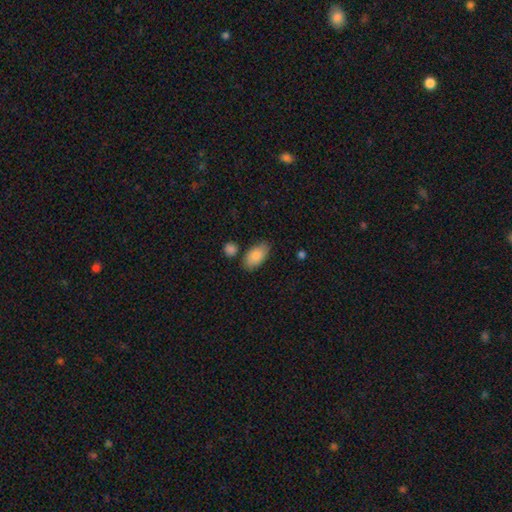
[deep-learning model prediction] The model was most divided on "merging": none: 77%, minor disturbance: 14%, merger: 5%, major disturbance: 3%. More confident: how rounded — in between (94%); smooth or featured — smooth (85%).